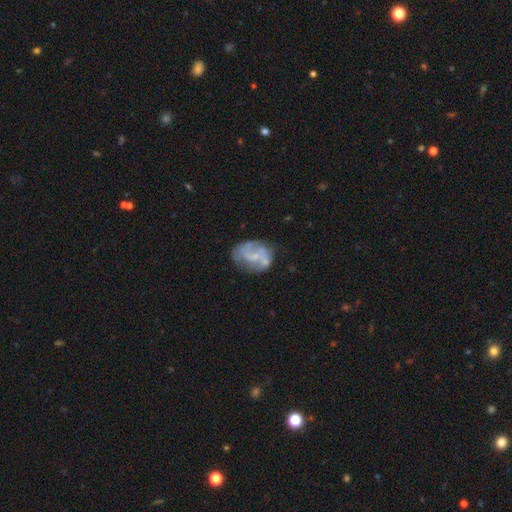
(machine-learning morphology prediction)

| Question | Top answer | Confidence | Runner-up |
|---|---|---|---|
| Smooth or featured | featured or disk | 66% | smooth (26%) |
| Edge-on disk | no | 98% | yes (2%) |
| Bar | no | 62% | weak (31%) |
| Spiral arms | yes | 61% | no (39%) |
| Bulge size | small | 43% | none (38%) |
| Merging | none | 53% | minor disturbance (23%) |